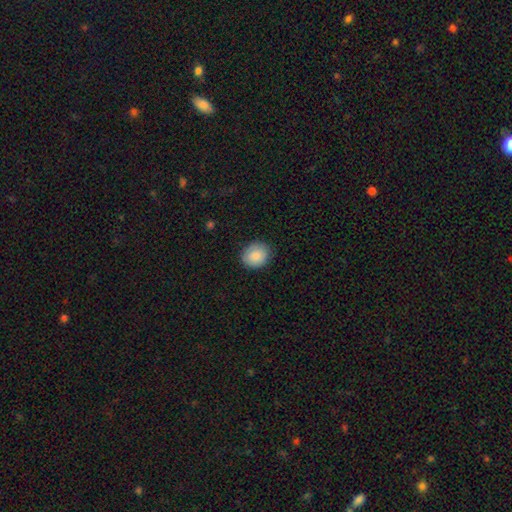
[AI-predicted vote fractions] smooth-or-featured: smooth: 88% | star or artifact: 7% | featured or disk: 5%
  how-rounded: round: 73% | in between: 26% | cigar-shaped: 1%
  merging: none: 86% | minor disturbance: 11% | major disturbance: 2% | merger: 1%